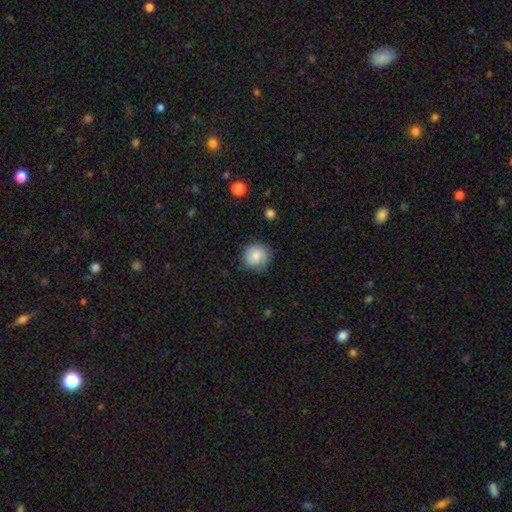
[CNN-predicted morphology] Smooth or featured? smooth (67%)
How rounded? round (87%)
Merging? none (72%)